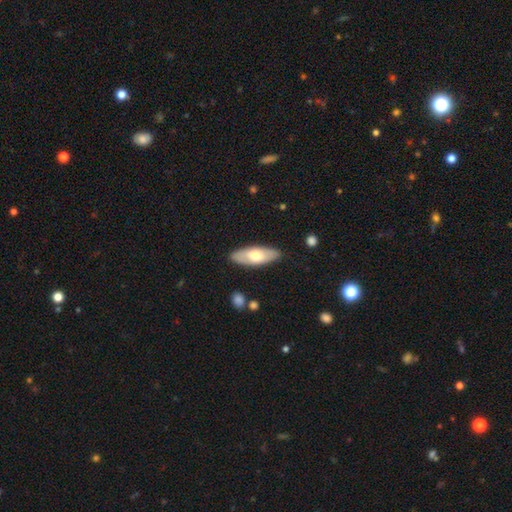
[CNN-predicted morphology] smooth-or-featured: smooth: 61% | featured or disk: 34% | star or artifact: 5%
  how-rounded: in between: 72% | cigar-shaped: 25% | round: 2%
  merging: none: 87% | minor disturbance: 10% | major disturbance: 2% | merger: 1%